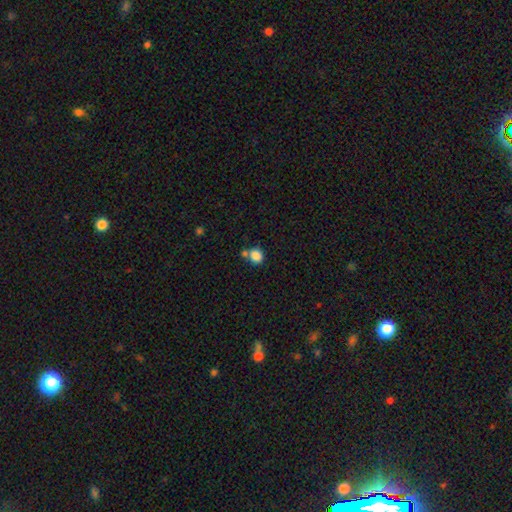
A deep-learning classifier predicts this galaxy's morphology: A smooth galaxy with no disk features (85%) that is round (74%).

Vote fractions:
- Smooth or featured? smooth: 85% / star or artifact: 10% / featured or disk: 5%
- How rounded? round: 74% / in between: 25% / cigar-shaped: 1%
- Merging? none: 57% / merger: 27% / minor disturbance: 11% / major disturbance: 4%